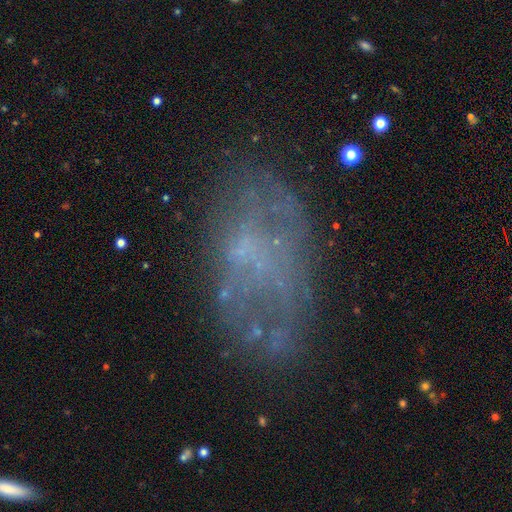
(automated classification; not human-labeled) Overall: featured or disk (48%; smooth 32%). Merging: none (62%).